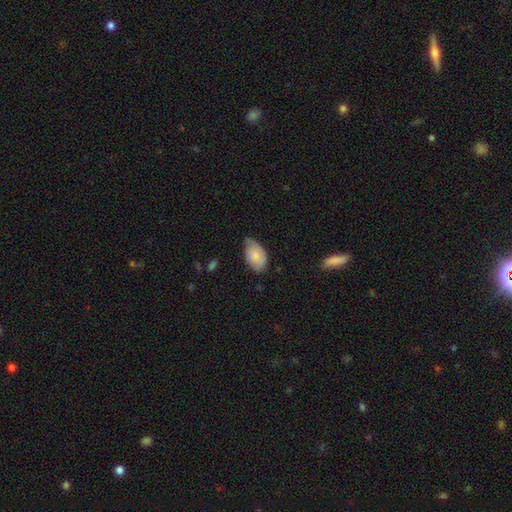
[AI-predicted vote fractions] Smooth or featured? Predicted: smooth (p=0.78). How rounded? Predicted: in between (p=0.93). Merging? Predicted: none (p=0.47).